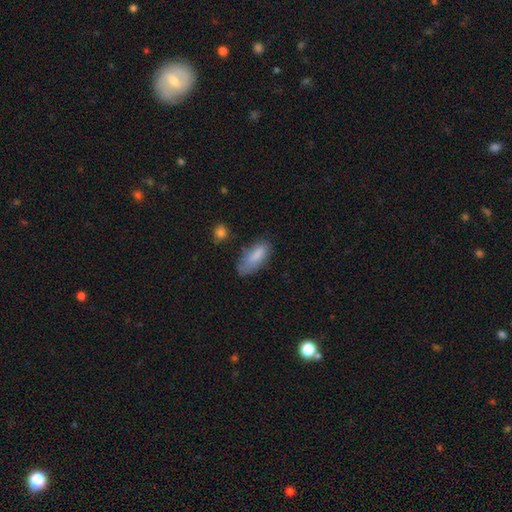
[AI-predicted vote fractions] Overall: smooth (83%). How rounded: in between (82%). Merging: none (57%; minor disturbance 30%).